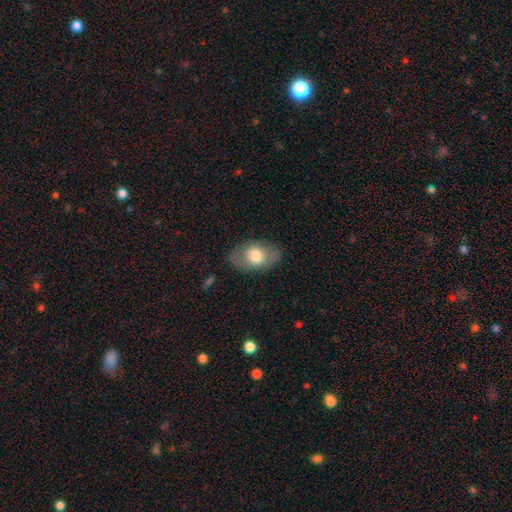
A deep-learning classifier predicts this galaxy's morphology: smooth 68%, featured or disk 26%, star or artifact 7%. Down the decision tree: how rounded — in between (85%); merging — none (79%).